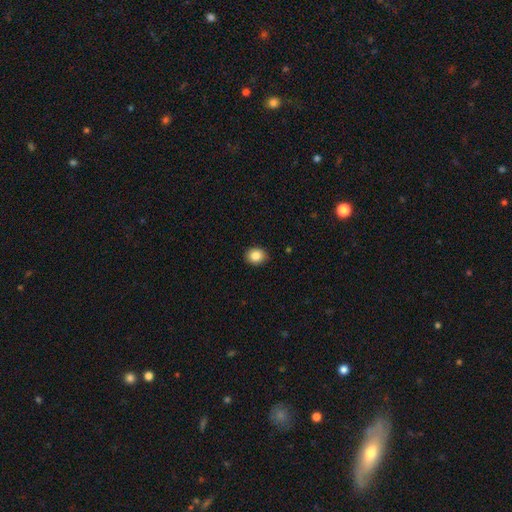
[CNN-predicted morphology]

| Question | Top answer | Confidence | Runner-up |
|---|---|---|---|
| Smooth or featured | smooth | 86% | star or artifact (9%) |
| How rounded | round | 65% | in between (34%) |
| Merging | none | 90% | minor disturbance (8%) |